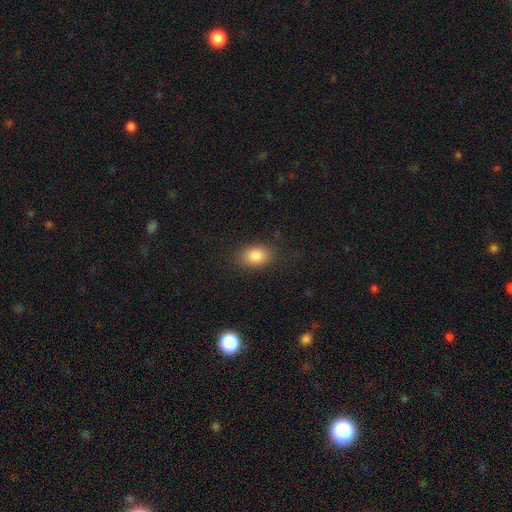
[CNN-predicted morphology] type=smooth (86%); roundness=in between (76%); merging=none (83%).